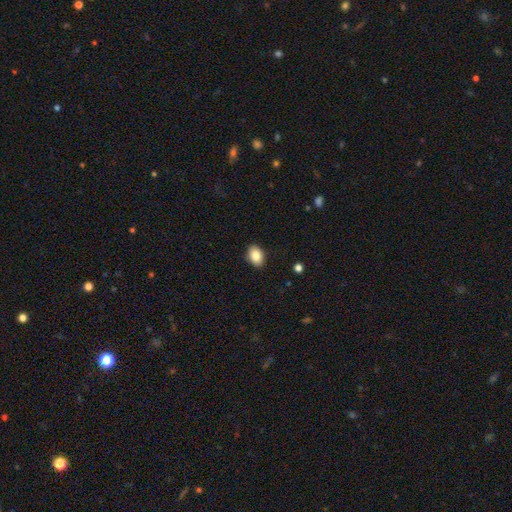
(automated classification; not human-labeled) Q: Smooth or featured?
A: smooth (86%); runner-up: star or artifact (8%)
Q: How rounded?
A: in between (80%); runner-up: round (19%)
Q: Merging?
A: none (88%); runner-up: minor disturbance (9%)